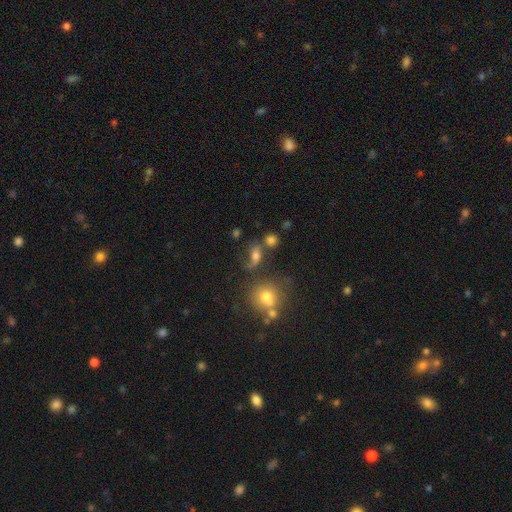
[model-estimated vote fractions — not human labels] smooth_or_featured: smooth (p=0.61) [alt: featured or disk p=0.22]
how_rounded: in between (p=0.59) [alt: round p=0.32]
merging: none (p=0.50) [alt: minor disturbance p=0.19]